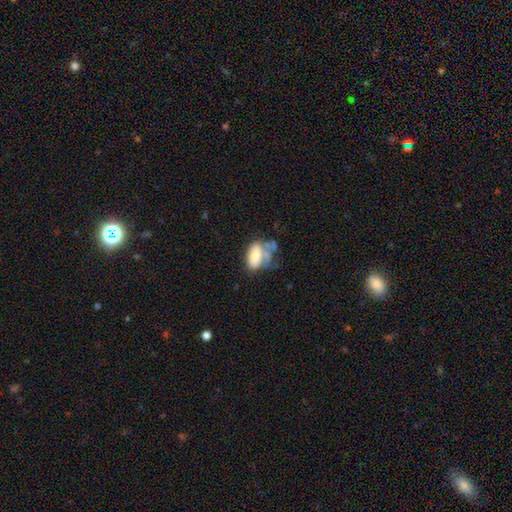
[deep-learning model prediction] Smooth or featured? Predicted: smooth (p=0.62). How rounded? Predicted: in between (p=0.89). Merging? Predicted: major disturbance (p=0.29, tied with merger).